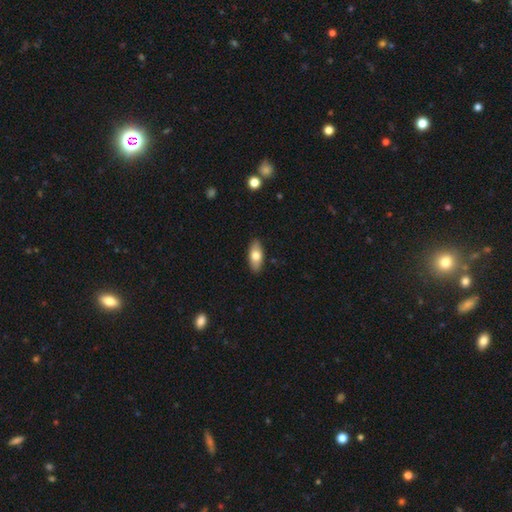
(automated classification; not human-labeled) smooth 74%, featured or disk 20%, star or artifact 6%. Down the decision tree: how rounded — in between (87%); merging — none (89%).